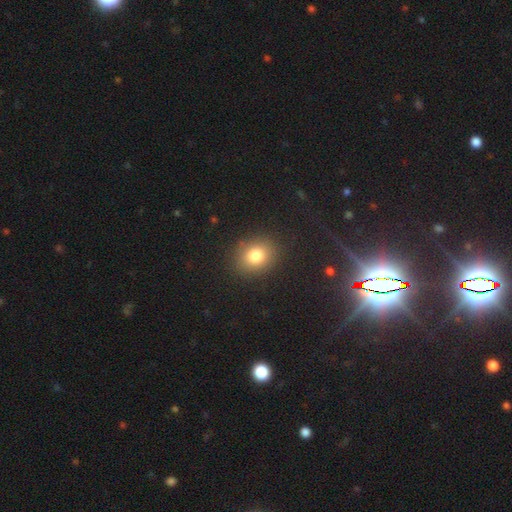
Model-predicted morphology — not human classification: Overall: smooth (79%). How rounded: round (63%; in between 36%). Merging: none (88%).